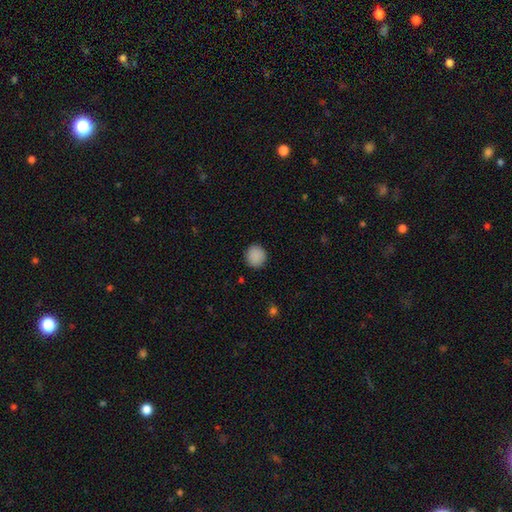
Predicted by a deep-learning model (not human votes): Morphology: type=smooth (89%); roundness=round (92%); merging=none (91%).